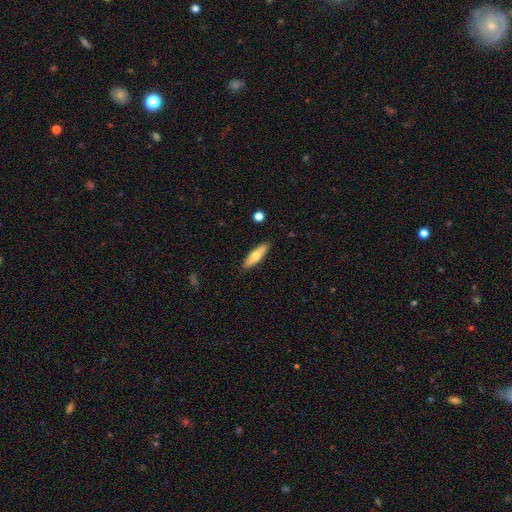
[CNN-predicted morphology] smooth_or_featured: smooth (p=0.63) [alt: featured or disk p=0.31]
how_rounded: cigar-shaped (p=0.62) [alt: in between p=0.36]
merging: none (p=0.88) [alt: minor disturbance p=0.09]